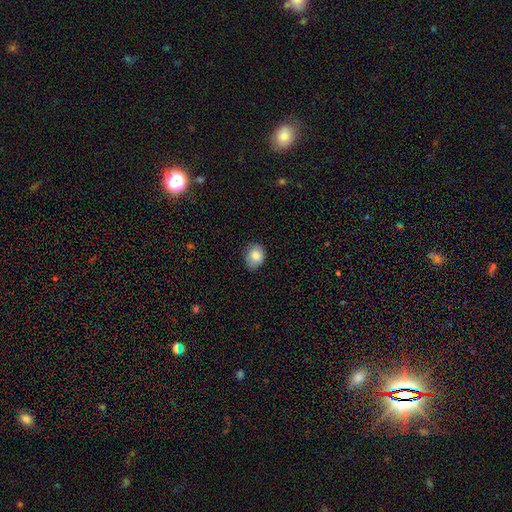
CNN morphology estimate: A smooth galaxy with no disk features (84%) that is in between round and cigar-shaped (56%). Merging: none (72%).